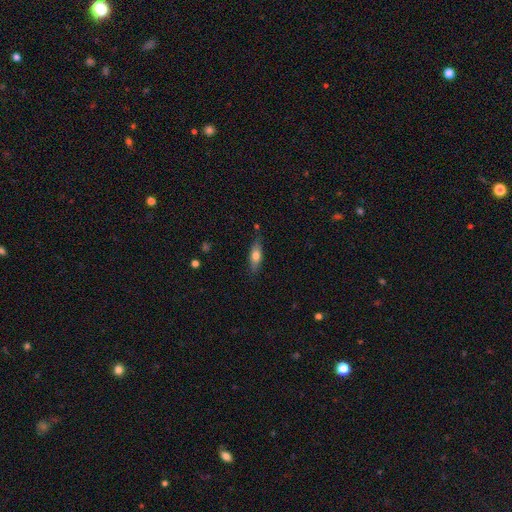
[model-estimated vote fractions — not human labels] Q: Smooth or featured?
A: smooth (67%); runner-up: featured or disk (26%)
Q: How rounded?
A: in between (58%); runner-up: cigar-shaped (39%)
Q: Merging?
A: none (79%); runner-up: minor disturbance (16%)